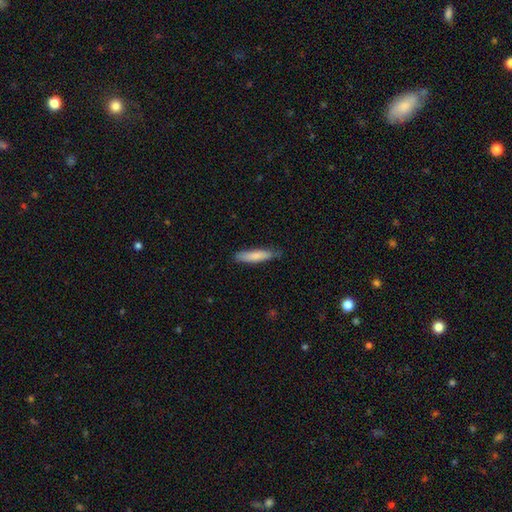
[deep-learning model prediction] smooth-or-featured: smooth: 80% | featured or disk: 14% | star or artifact: 5%
  how-rounded: cigar-shaped: 81% | in between: 18% | round: 1%
  merging: none: 79% | minor disturbance: 18% | major disturbance: 2% | merger: 1%